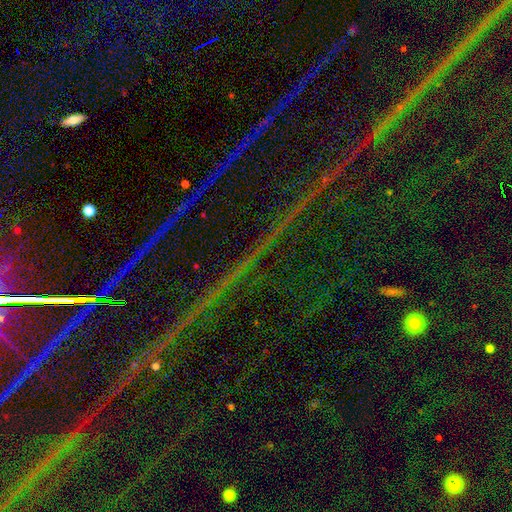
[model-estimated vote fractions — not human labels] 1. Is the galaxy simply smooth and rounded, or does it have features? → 86% star or artifact, 8% featured or disk, 6% smooth.